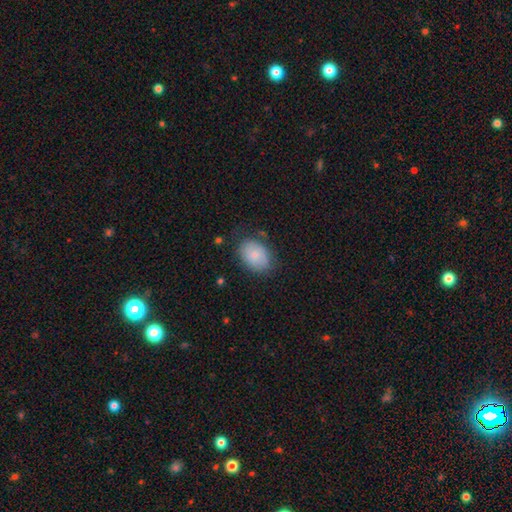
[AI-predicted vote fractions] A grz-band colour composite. It shows a smooth galaxy with no disk features (78%) that is in between round and cigar-shaped (77%). Merging: none (74%).